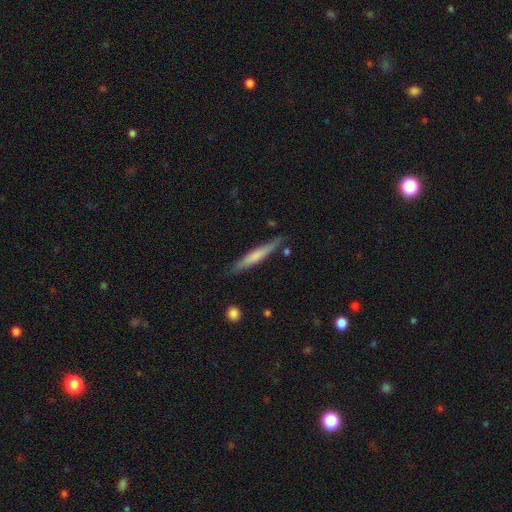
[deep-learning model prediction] Morphology: type=smooth (56%); roundness=cigar-shaped (94%); merging=none (82%).